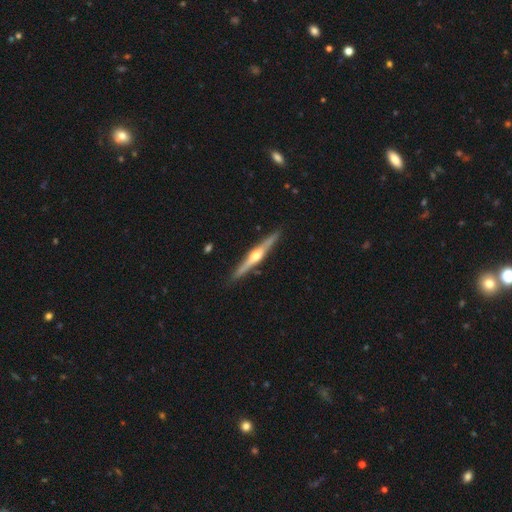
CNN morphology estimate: smooth_or_featured: featured or disk (p=0.76) [alt: smooth p=0.19]
disk_edge_on: yes (p=0.98) [alt: no p=0.02]
edge_on_bulge: rounded (p=0.92) [alt: boxy p=0.04]
merging: none (p=0.90) [alt: minor disturbance p=0.07]